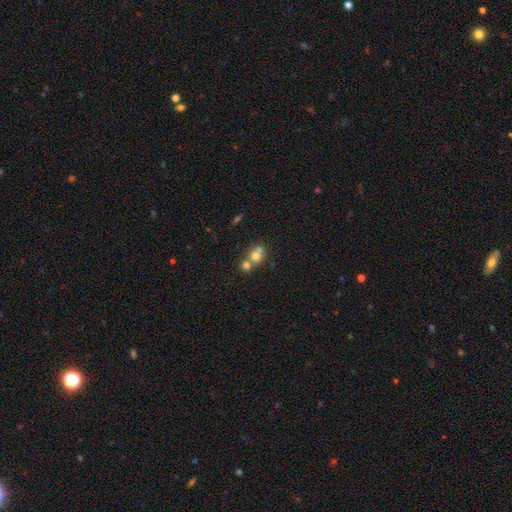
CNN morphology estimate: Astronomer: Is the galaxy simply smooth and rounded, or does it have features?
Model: smooth — 69%.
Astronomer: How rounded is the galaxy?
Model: round — 79%.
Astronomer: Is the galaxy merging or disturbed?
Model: merger — 55% (runner-up: none, 36%).